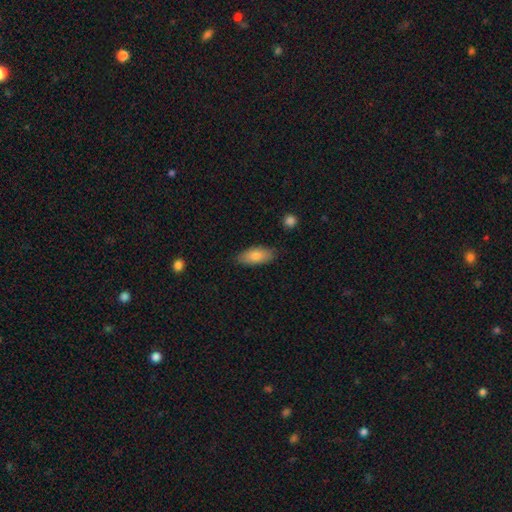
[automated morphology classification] Smooth or featured? Predicted: smooth (p=0.81). How rounded? Predicted: in between (p=0.85). Merging? Predicted: none (p=0.83).